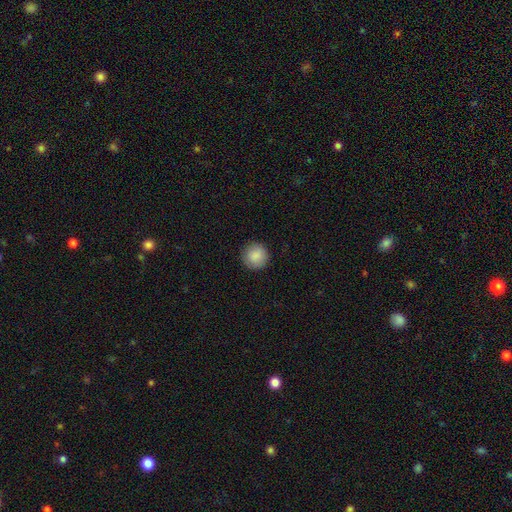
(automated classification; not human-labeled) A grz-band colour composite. It shows a smooth galaxy with no disk features (88%) that is round (95%). Merging: none (90%).